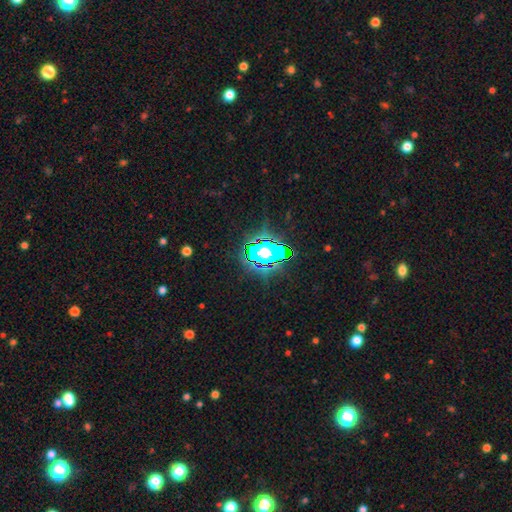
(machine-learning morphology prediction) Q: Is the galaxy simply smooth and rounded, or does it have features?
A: star or artifact — 83%.